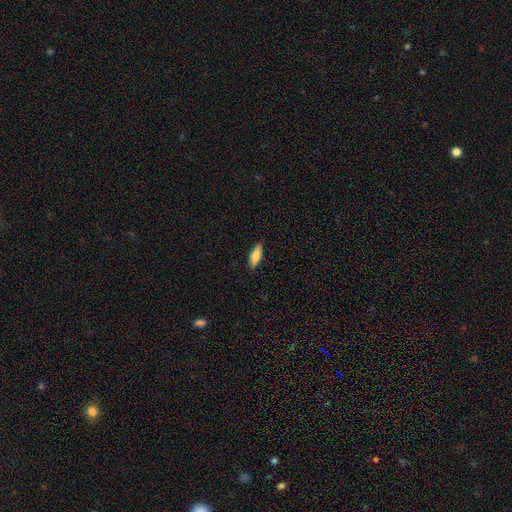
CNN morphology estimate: Q: Smooth or featured?
A: smooth (79%); runner-up: featured or disk (15%)
Q: How rounded?
A: in between (70%); runner-up: cigar-shaped (28%)
Q: Merging?
A: none (87%); runner-up: minor disturbance (10%)